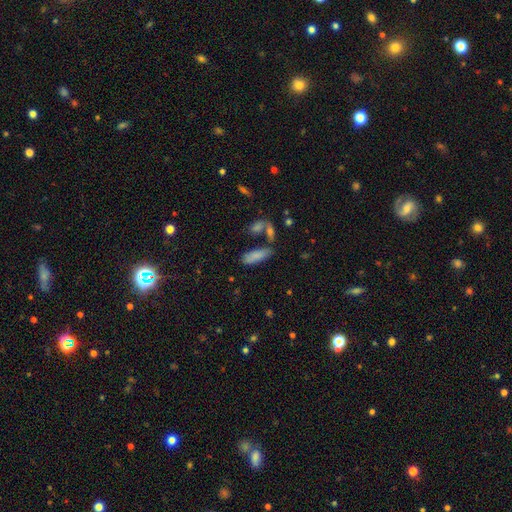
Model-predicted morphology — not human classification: Overall: smooth (80%). How rounded: in between (64%; cigar-shaped 34%). Merging: none (57%; minor disturbance 18%).